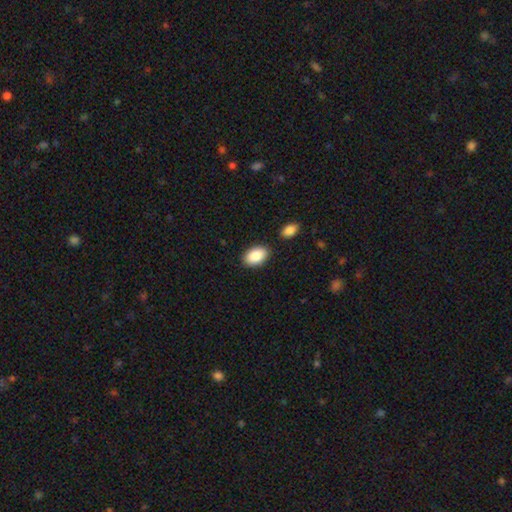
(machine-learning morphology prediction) smooth 89%, star or artifact 6%, featured or disk 5%. Down the decision tree: how rounded — in between (92%); merging — none (84%).